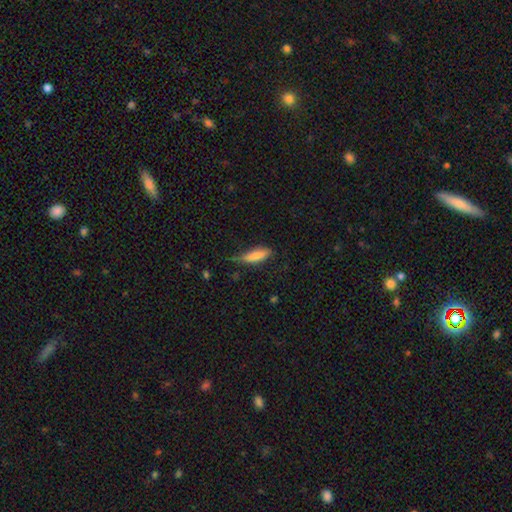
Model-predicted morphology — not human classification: smooth 79%, featured or disk 15%, star or artifact 7%. Down the decision tree: how rounded — cigar-shaped (55%); merging — none (55%).